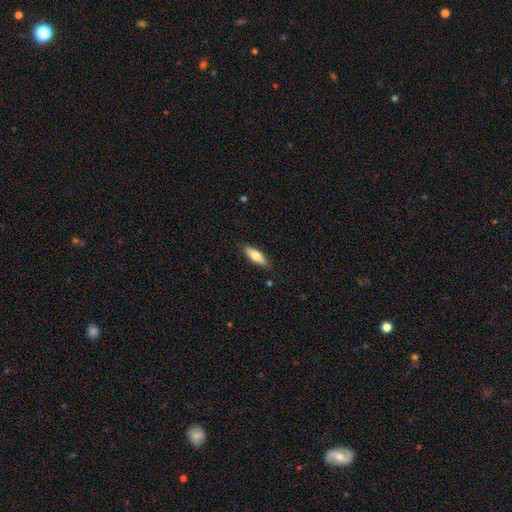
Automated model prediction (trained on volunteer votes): smooth-or-featured: smooth: 72% | featured or disk: 22% | star or artifact: 6%
  how-rounded: in between: 54% | cigar-shaped: 44% | round: 2%
  merging: none: 85% | minor disturbance: 11% | major disturbance: 2% | merger: 1%